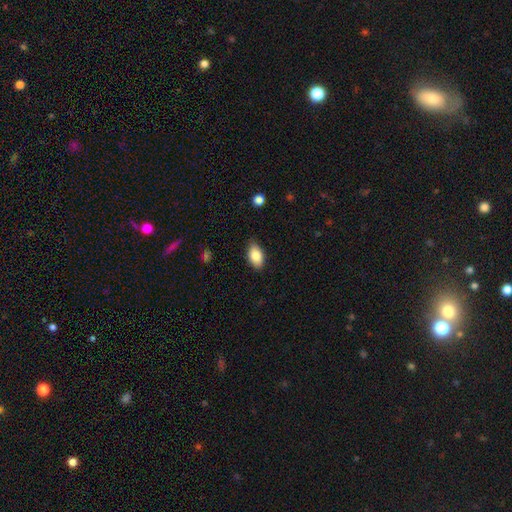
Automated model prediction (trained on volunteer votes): smooth_or_featured: smooth (p=0.84) [alt: featured or disk p=0.09]
how_rounded: in between (p=0.92) [alt: round p=0.05]
merging: none (p=0.84) [alt: minor disturbance p=0.13]